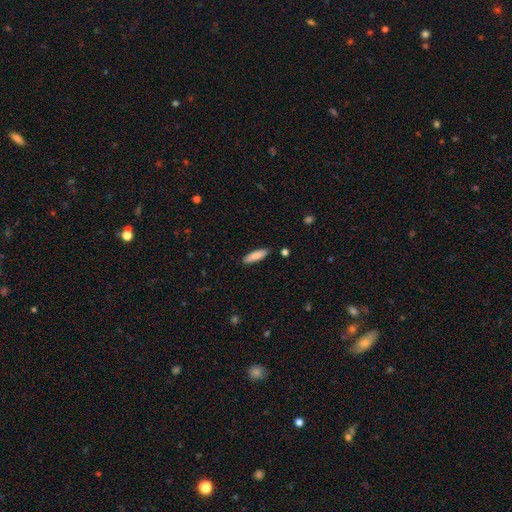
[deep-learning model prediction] smooth_or_featured: smooth (p=0.84) [alt: featured or disk p=0.10]
how_rounded: cigar-shaped (p=0.62) [alt: in between p=0.36]
merging: none (p=0.87) [alt: minor disturbance p=0.09]